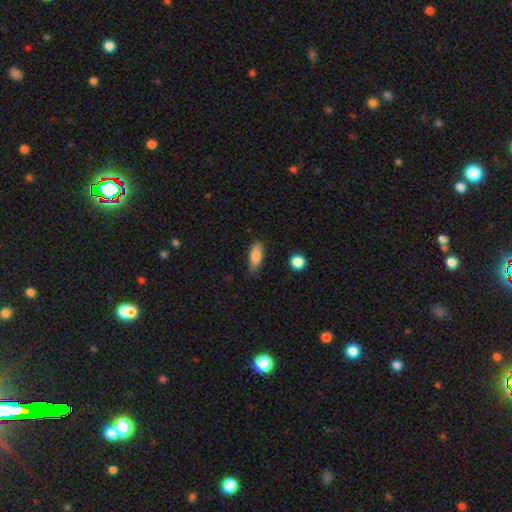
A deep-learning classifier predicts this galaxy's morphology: A smooth galaxy with no disk features (80%) that is in between round and cigar-shaped (72%).

Vote fractions:
- Smooth or featured? smooth: 80% / featured or disk: 13% / star or artifact: 7%
- How rounded? in between: 72% / cigar-shaped: 25% / round: 3%
- Merging? none: 65% / minor disturbance: 28% / major disturbance: 5% / merger: 2%